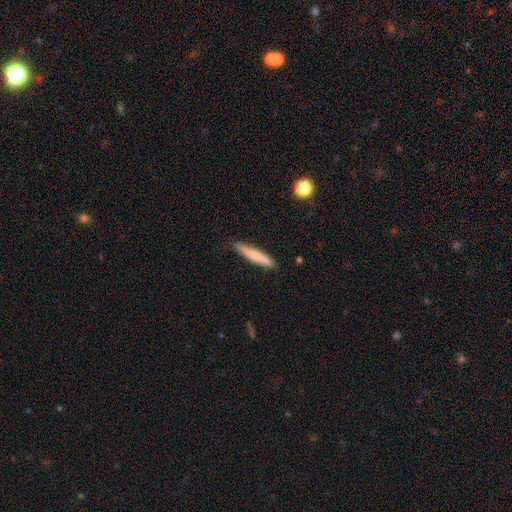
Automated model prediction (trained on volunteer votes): Morphology: type=smooth (66%); roundness=cigar-shaped (92%); merging=none (88%).